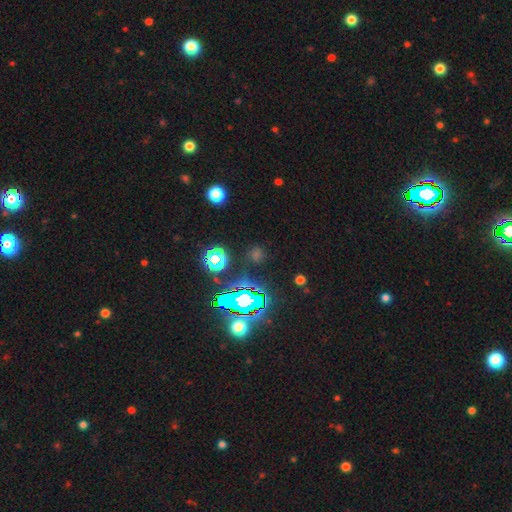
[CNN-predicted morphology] Smooth or featured?
  - star or artifact: 58% *
  - smooth: 32%
  - featured or disk: 10%